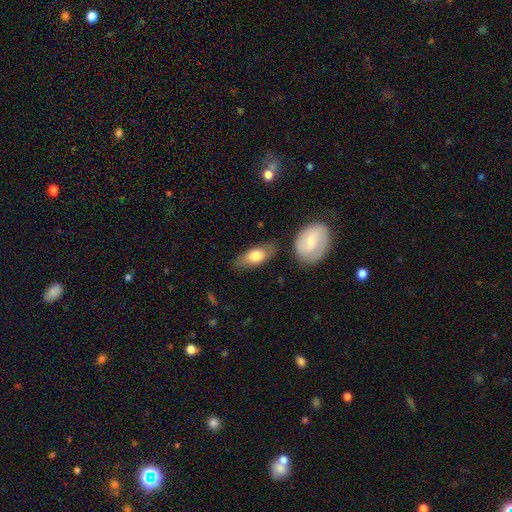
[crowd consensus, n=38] smooth-or-featured: smooth: 79% | featured or disk: 16% | star or artifact: 5%
  how-rounded: in between: 87% | round: 7% | cigar-shaped: 7%
  merging: none: 53% | minor disturbance: 25% | major disturbance: 11% | merger: 11%